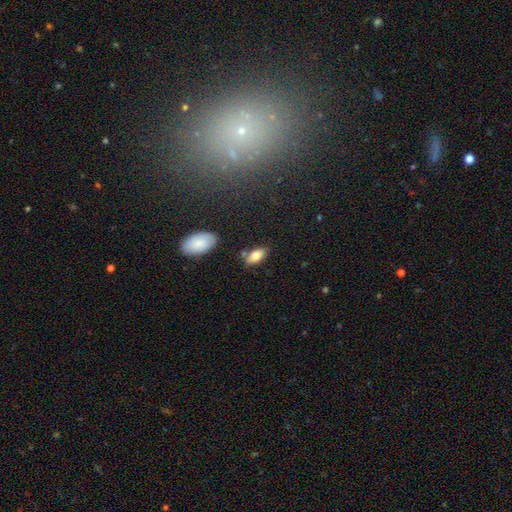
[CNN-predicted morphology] smooth 78%, featured or disk 15%, star or artifact 7%. Down the decision tree: how rounded — in between (90%); merging — none (75%).